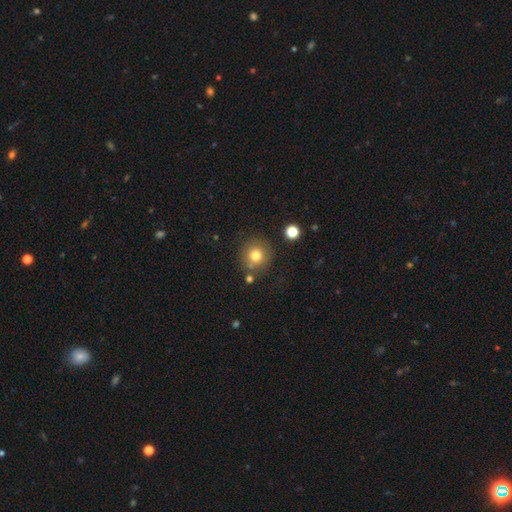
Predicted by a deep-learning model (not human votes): A smooth galaxy with no disk features (78%) that is round (92%). Merging: none (78%).